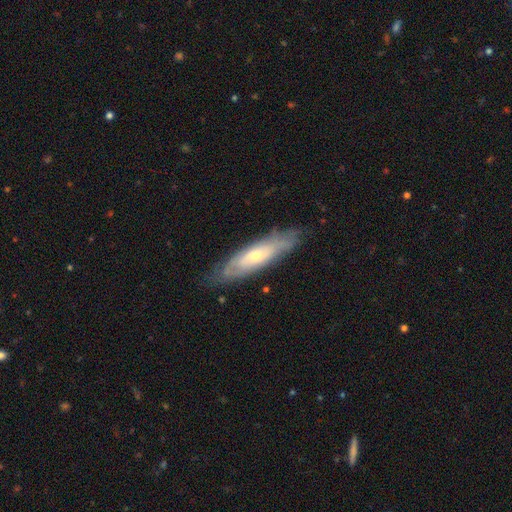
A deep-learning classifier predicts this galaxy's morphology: A featured or disk galaxy (59%).

Vote fractions:
- Smooth or featured? featured or disk: 59% / smooth: 35% / star or artifact: 6%
- Edge-on disk? no: 60% / yes: 40%
- Merging? none: 76% / minor disturbance: 18% / major disturbance: 5% / merger: 1%